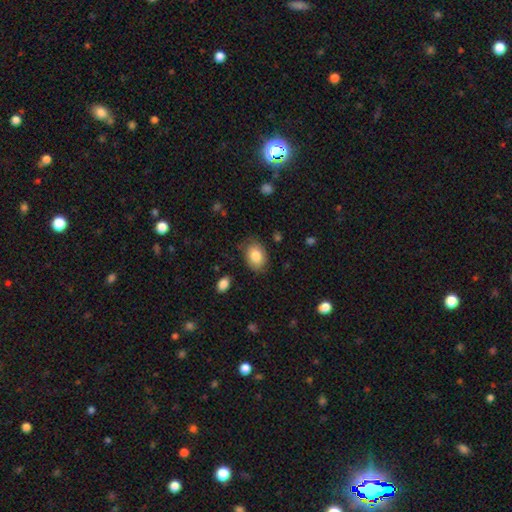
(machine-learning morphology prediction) type=smooth (83%); roundness=in between (77%); merging=none (78%).